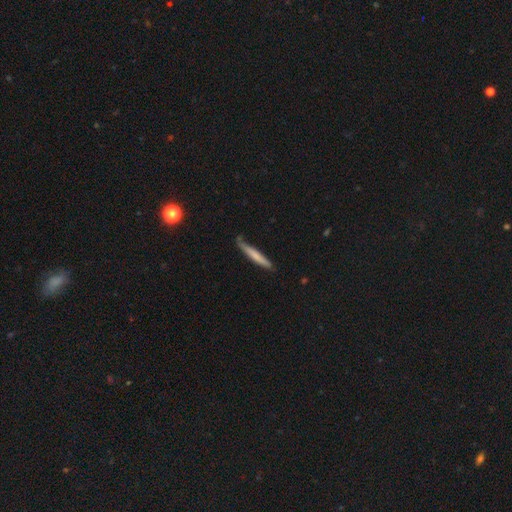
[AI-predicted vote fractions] A smooth galaxy with no disk features (66%) that is cigar-shaped (95%). Merging: none (69%).